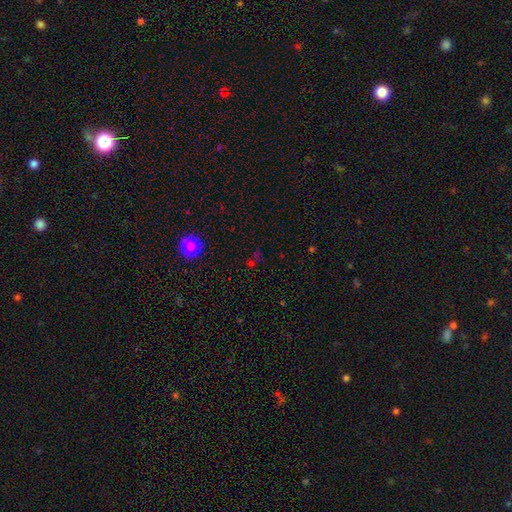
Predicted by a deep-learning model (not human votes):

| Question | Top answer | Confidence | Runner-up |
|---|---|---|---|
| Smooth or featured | star or artifact | 52% | smooth (39%) |